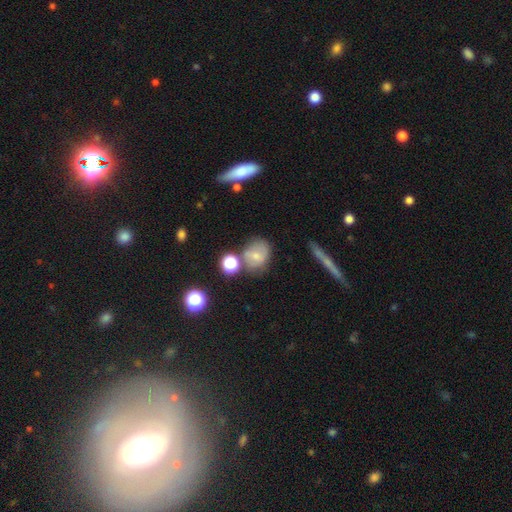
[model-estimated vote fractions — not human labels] smooth-or-featured: smooth: 61% | featured or disk: 25% | star or artifact: 14%
  how-rounded: round: 61% | in between: 38% | cigar-shaped: 1%
  merging: none: 54% | minor disturbance: 21% | merger: 16% | major disturbance: 9%